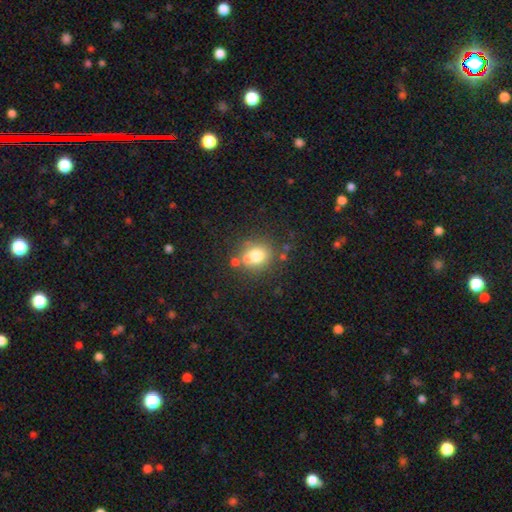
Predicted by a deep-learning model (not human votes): This appears to be a smooth galaxy with no disk features (73%) that is round (73%). Merging: none (63%).